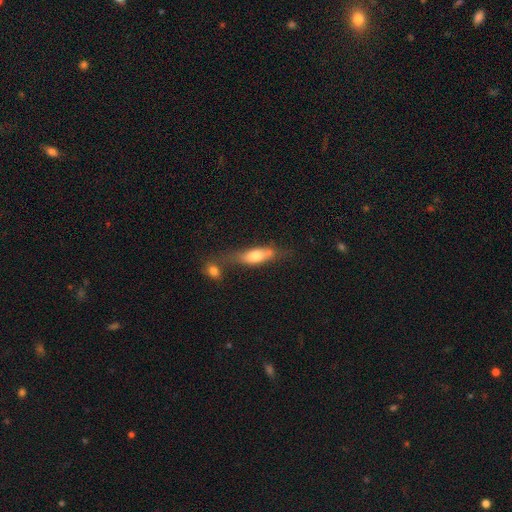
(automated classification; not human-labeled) Morphology: type=smooth (66%); roundness=in between (58%); merging=none (41%).